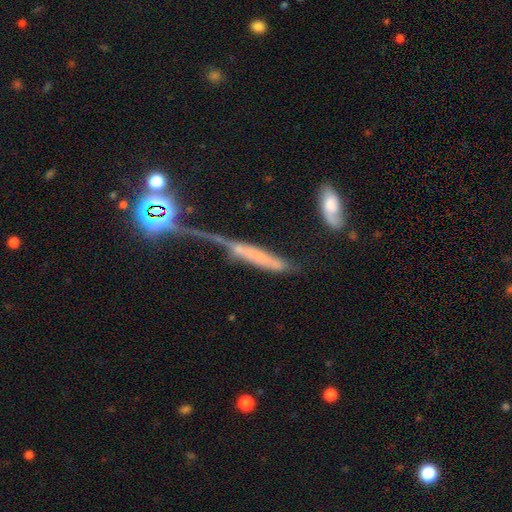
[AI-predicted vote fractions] Smooth or featured? Predicted: featured or disk (p=0.44). Merging? Predicted: major disturbance (p=0.29).